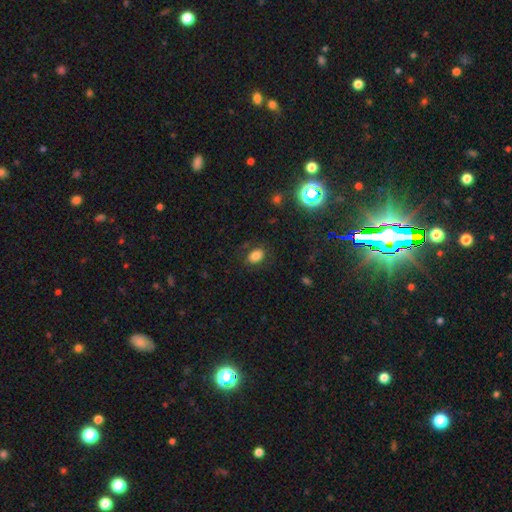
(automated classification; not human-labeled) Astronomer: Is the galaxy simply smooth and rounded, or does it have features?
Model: smooth — 79%.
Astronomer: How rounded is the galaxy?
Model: in between — 83%.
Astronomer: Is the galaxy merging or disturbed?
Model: none — 79%.